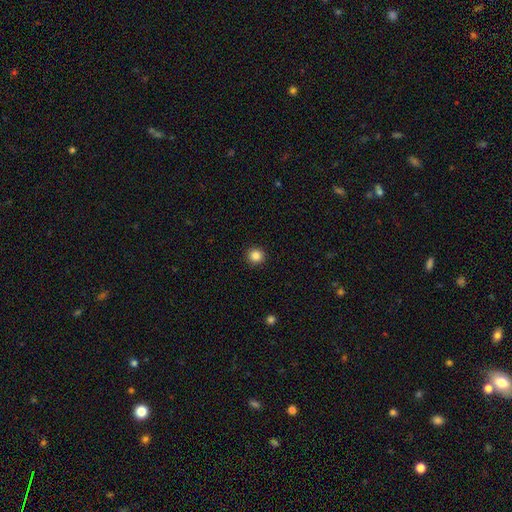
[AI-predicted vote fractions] Overall: smooth (85%). How rounded: round (94%). Merging: none (93%).